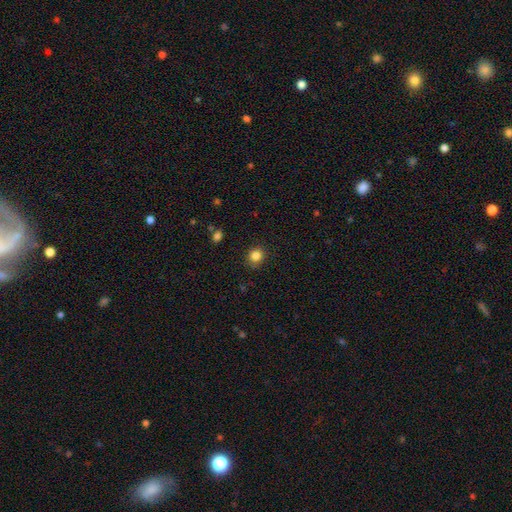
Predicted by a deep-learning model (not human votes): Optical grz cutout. It shows a smooth galaxy with no disk features (84%) that is round (82%). Merging: none (87%).